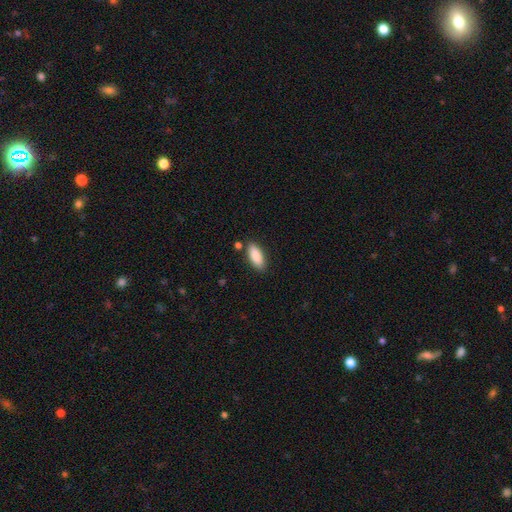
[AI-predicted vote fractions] Q: Smooth or featured?
A: smooth (88%); runner-up: star or artifact (6%)
Q: How rounded?
A: in between (83%); runner-up: cigar-shaped (15%)
Q: Merging?
A: none (82%); runner-up: minor disturbance (12%)